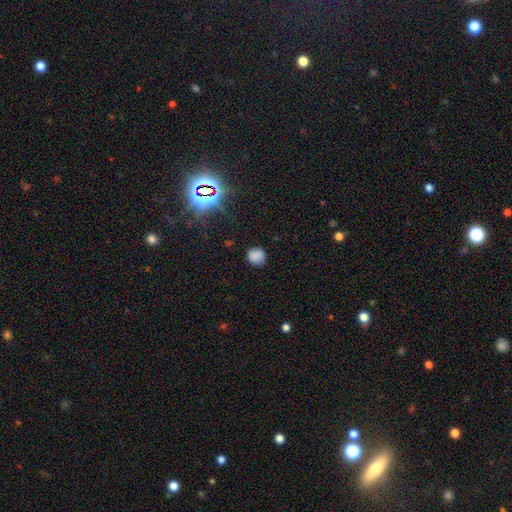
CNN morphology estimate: Smooth or featured? Predicted: smooth (p=0.81). How rounded? Predicted: round (p=0.83). Merging? Predicted: none (p=0.81).